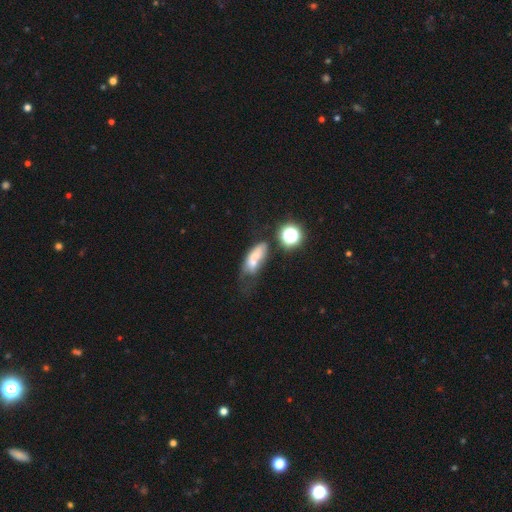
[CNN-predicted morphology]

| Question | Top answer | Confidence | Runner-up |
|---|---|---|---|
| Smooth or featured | smooth | 56% | featured or disk (28%) |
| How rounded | in between | 72% | cigar-shaped (18%) |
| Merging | none | 27% | merger (25%) |